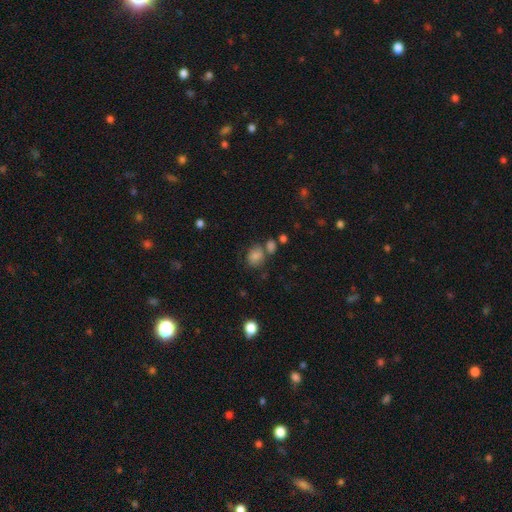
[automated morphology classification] The model was most divided on "how rounded": round: 68%, in between: 31%, cigar-shaped: 1%. More confident: smooth or featured — smooth (73%); merging — none (60%).